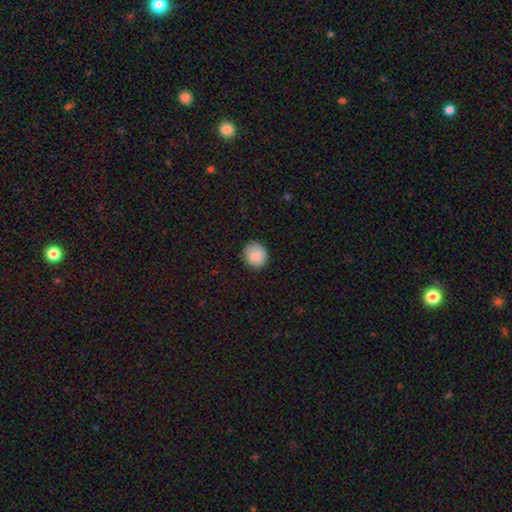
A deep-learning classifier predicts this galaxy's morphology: A smooth galaxy with no disk features (86%) that is round (85%). Merging: none (86%).